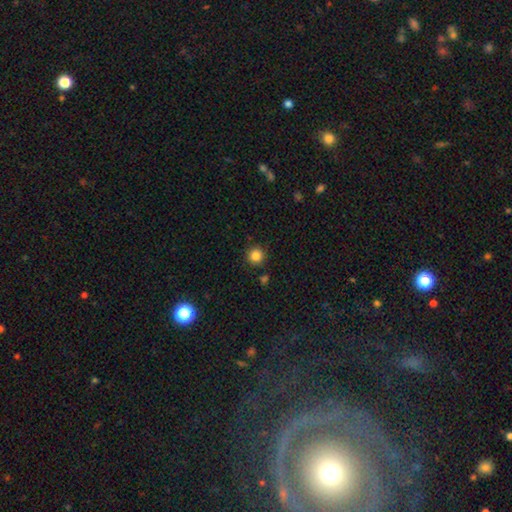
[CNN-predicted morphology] Smooth or featured?
  - smooth: 84% *
  - star or artifact: 11%
  - featured or disk: 4%
How rounded?
  - round: 94% *
  - in between: 5%
  - cigar-shaped: 1%
Merging?
  - none: 88% *
  - minor disturbance: 7%
  - merger: 3%
  - major disturbance: 2%